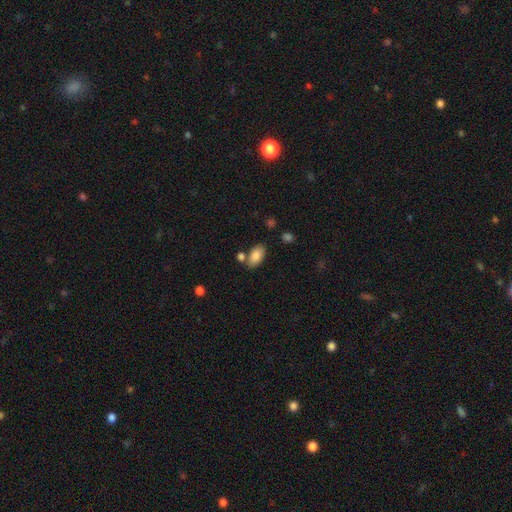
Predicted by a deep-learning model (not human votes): Q: Smooth or featured?
A: smooth (85%); runner-up: featured or disk (8%)
Q: How rounded?
A: in between (94%); runner-up: round (4%)
Q: Merging?
A: none (73%); runner-up: minor disturbance (12%)